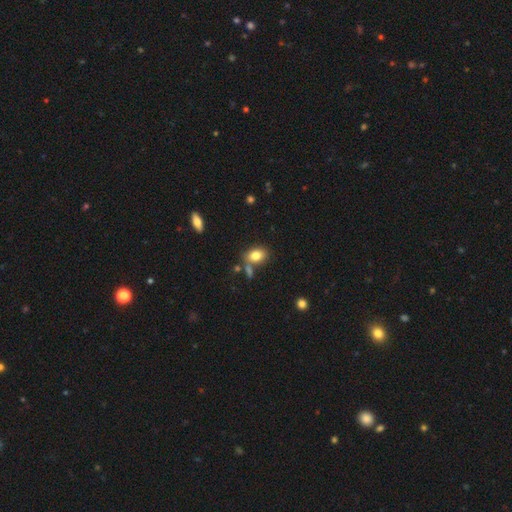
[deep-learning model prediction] smooth-or-featured: smooth: 81% | featured or disk: 10% | star or artifact: 10%
  how-rounded: in between: 77% | round: 21% | cigar-shaped: 2%
  merging: none: 66% | merger: 16% | minor disturbance: 14% | major disturbance: 4%